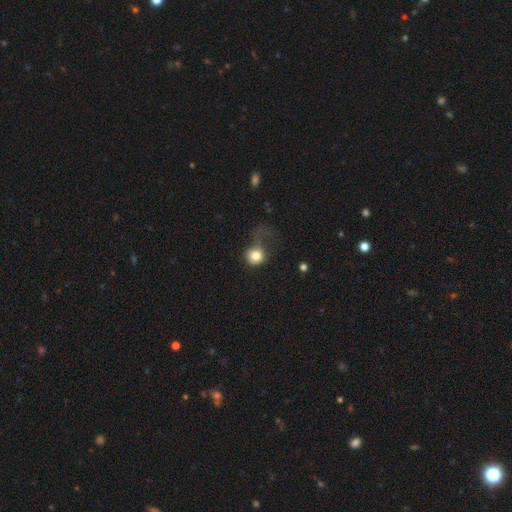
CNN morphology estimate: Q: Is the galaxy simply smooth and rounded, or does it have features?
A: smooth — 78%.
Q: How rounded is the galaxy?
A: round — 82%.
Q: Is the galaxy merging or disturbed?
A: major disturbance — 45%.